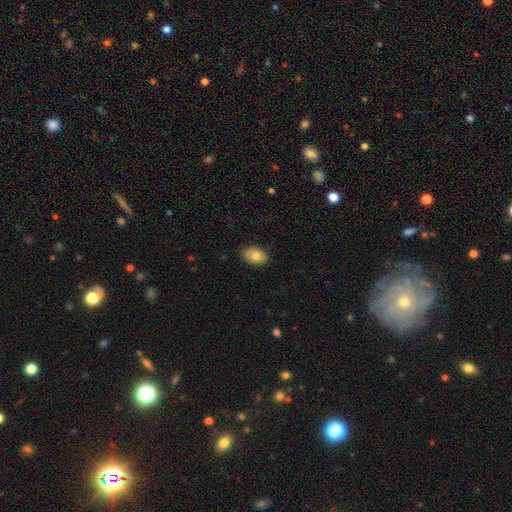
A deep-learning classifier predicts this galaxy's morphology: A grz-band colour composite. It shows a smooth galaxy with no disk features (79%) that is in between round and cigar-shaped (87%). Merging: none (85%).